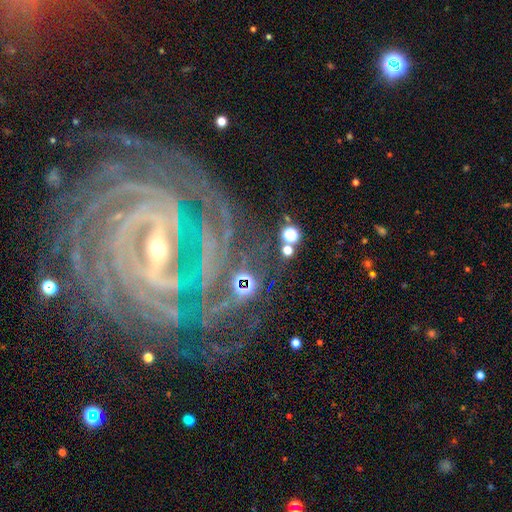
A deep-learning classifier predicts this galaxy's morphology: Overall: featured or disk (91%). Edge-on disk: no (97%). Bar: strong (61%; weak 28%). Spiral arms: yes (99%). Spiral arm count: more than 4 (29%; 4 24%). Spiral winding: tight (83%). Bulge size: small (71%). Merging: none (76%).